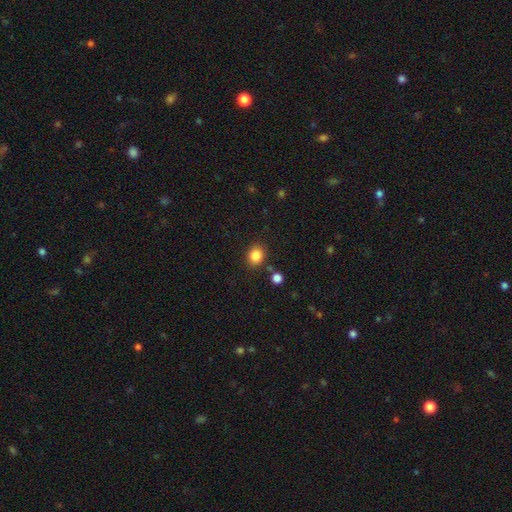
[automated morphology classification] Q: Smooth or featured?
A: smooth (85%); runner-up: star or artifact (10%)
Q: How rounded?
A: round (62%); runner-up: in between (37%)
Q: Merging?
A: none (83%); runner-up: minor disturbance (9%)